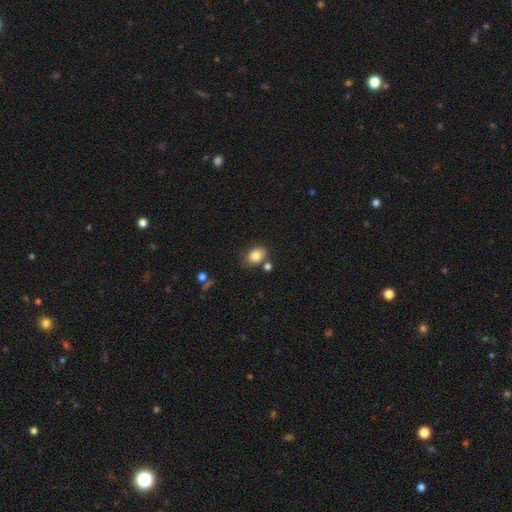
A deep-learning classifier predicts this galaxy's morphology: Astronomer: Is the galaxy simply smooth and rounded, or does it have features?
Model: smooth — 83%.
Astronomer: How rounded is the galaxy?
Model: in between — 68%.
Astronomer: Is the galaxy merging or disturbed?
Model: none — 71%.